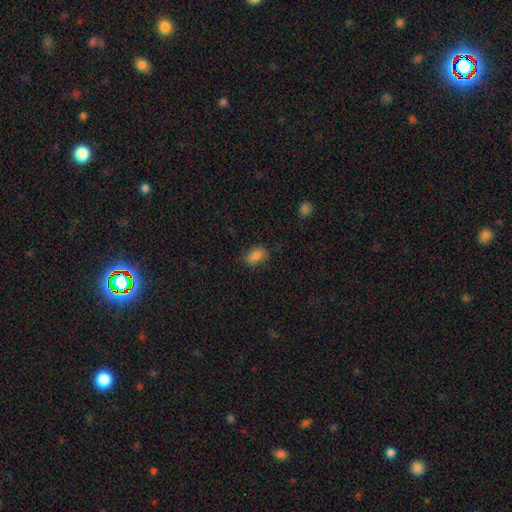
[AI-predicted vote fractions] smooth 84%, star or artifact 10%, featured or disk 6%. Down the decision tree: how rounded — in between (87%); merging — none (74%).